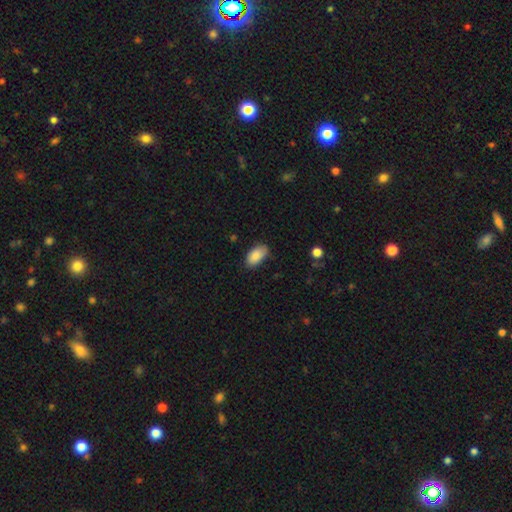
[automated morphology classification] A smooth galaxy with no disk features (88%) that is in between round and cigar-shaped (94%). Merging: none (80%).